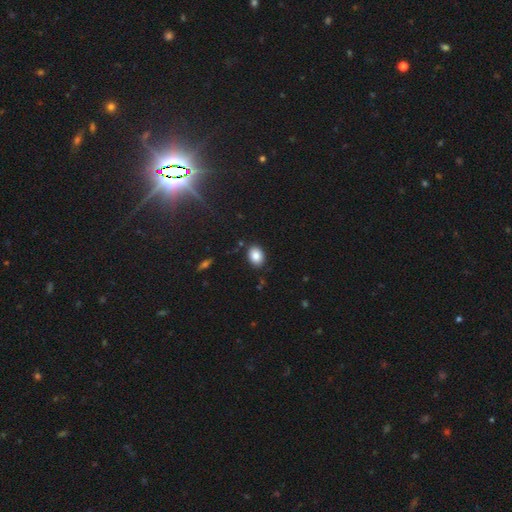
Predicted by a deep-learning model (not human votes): A smooth galaxy with no disk features (85%) that is in between round and cigar-shaped (75%).

Vote fractions:
- Smooth or featured? smooth: 85% / star or artifact: 9% / featured or disk: 7%
- How rounded? in between: 75% / round: 24% / cigar-shaped: 1%
- Merging? none: 87% / minor disturbance: 9% / major disturbance: 2% / merger: 2%